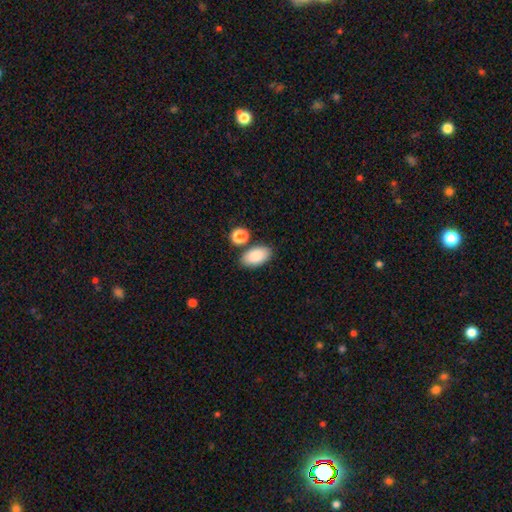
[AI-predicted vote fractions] Smooth or featured?
  - smooth: 88% *
  - star or artifact: 7%
  - featured or disk: 6%
How rounded?
  - in between: 94% *
  - round: 4%
  - cigar-shaped: 2%
Merging?
  - none: 77% *
  - minor disturbance: 11%
  - merger: 9%
  - major disturbance: 3%